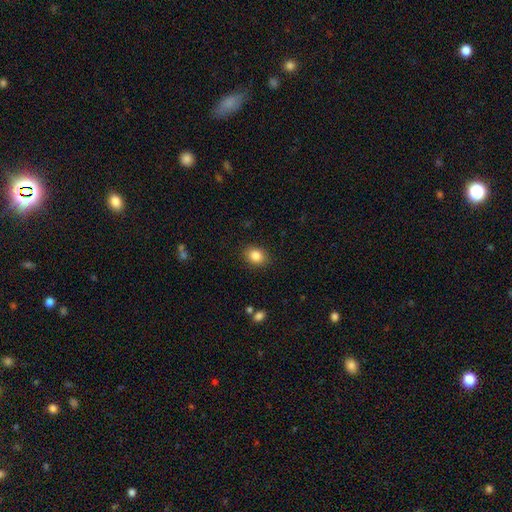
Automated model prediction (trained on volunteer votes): This appears to be a smooth galaxy with no disk features (85%) that is in between round and cigar-shaped (50%). Merging: none (88%).